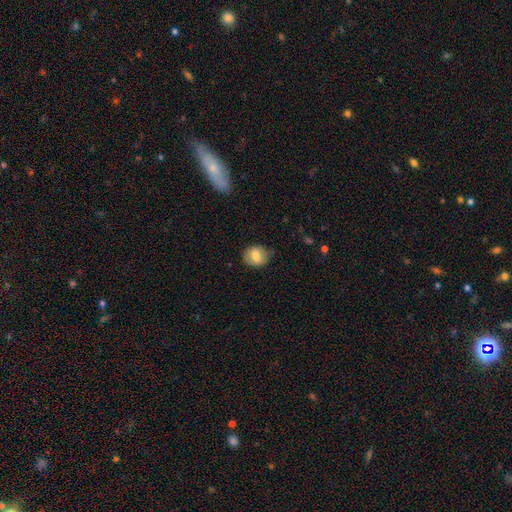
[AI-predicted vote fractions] Overall: smooth (73%). How rounded: round (65%; in between 34%). Merging: none (79%).